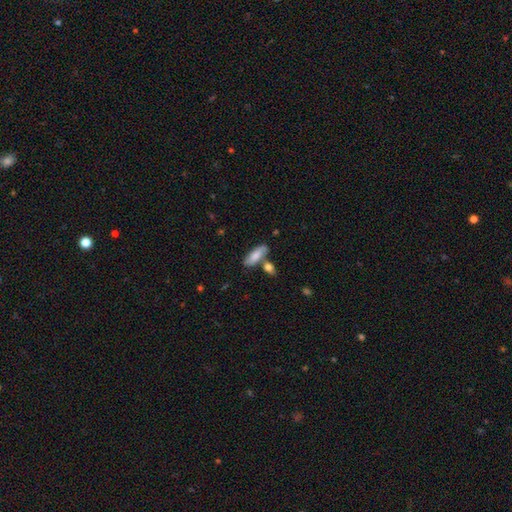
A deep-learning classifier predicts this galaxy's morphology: Q: Smooth or featured?
A: smooth (75%); runner-up: featured or disk (18%)
Q: How rounded?
A: in between (69%); runner-up: cigar-shaped (29%)
Q: Merging?
A: none (59%); runner-up: merger (22%)